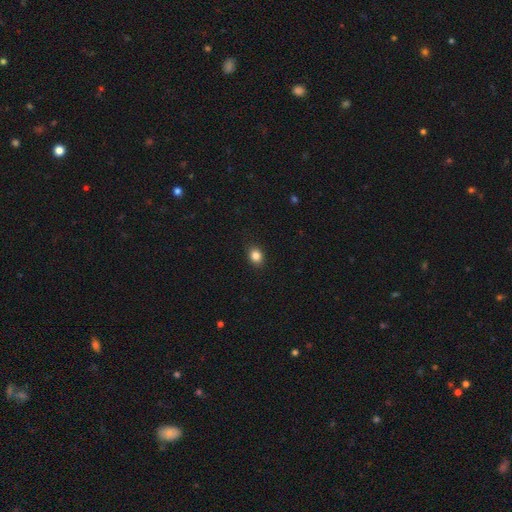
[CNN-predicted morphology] Smooth or featured: smooth — 85% (star or artifact — 10%)
How rounded: in between — 52% (round — 47%)
Merging: none — 89% (minor disturbance — 8%)